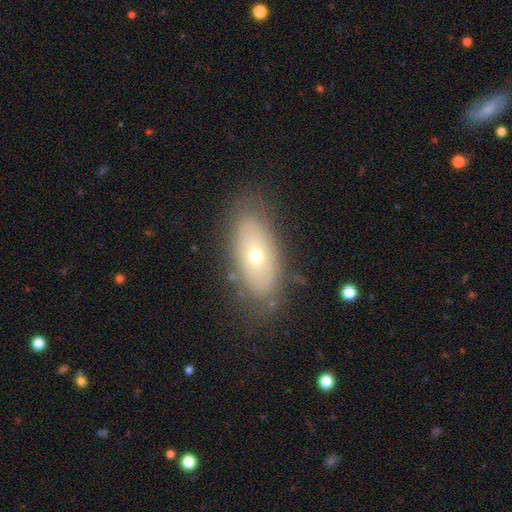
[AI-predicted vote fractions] Smooth or featured? Predicted: smooth (p=0.53). How rounded? Predicted: in between (p=0.85). Merging? Predicted: none (p=0.79).